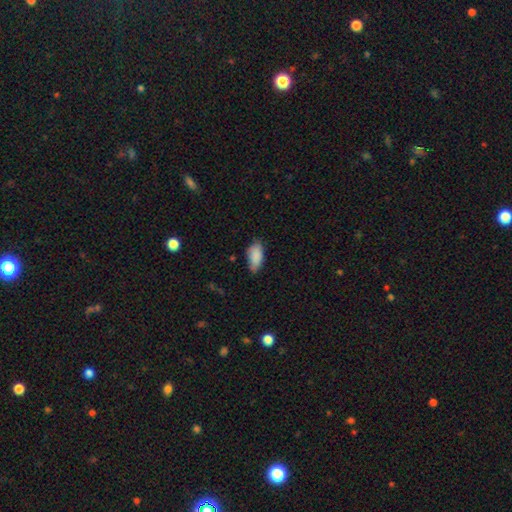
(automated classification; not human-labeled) This appears to be a smooth galaxy with no disk features (87%) that is in between round and cigar-shaped (92%). Merging: none (63%).